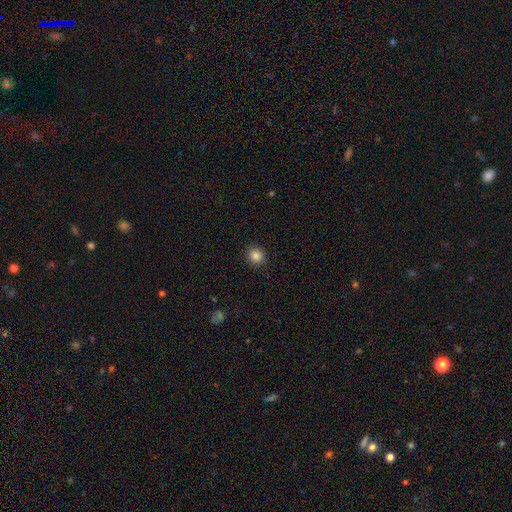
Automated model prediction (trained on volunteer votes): smooth_or_featured: smooth (p=0.85) [alt: star or artifact p=0.11]
how_rounded: round (p=0.89) [alt: in between p=0.10]
merging: none (p=0.92) [alt: minor disturbance p=0.06]